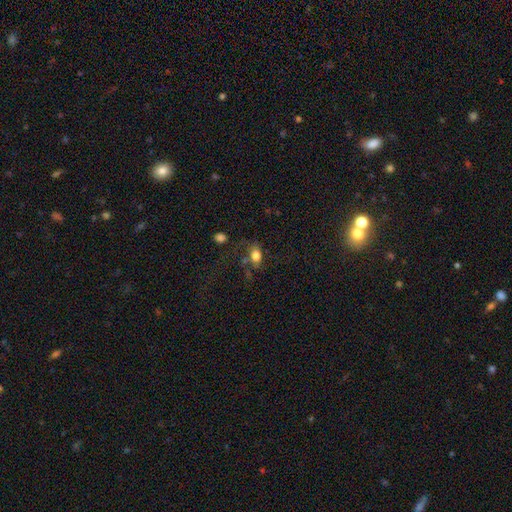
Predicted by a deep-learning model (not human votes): Morphology: type=smooth (73%); roundness=in between (77%); merging=none (45%).